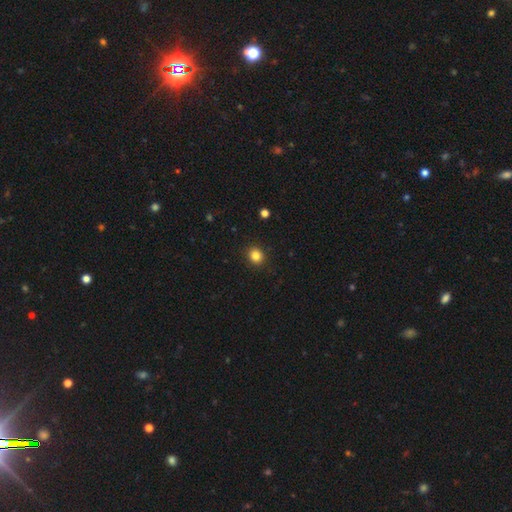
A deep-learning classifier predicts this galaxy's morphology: Q: Smooth or featured?
A: smooth (84%); runner-up: star or artifact (12%)
Q: How rounded?
A: round (80%); runner-up: in between (19%)
Q: Merging?
A: none (91%); runner-up: minor disturbance (6%)